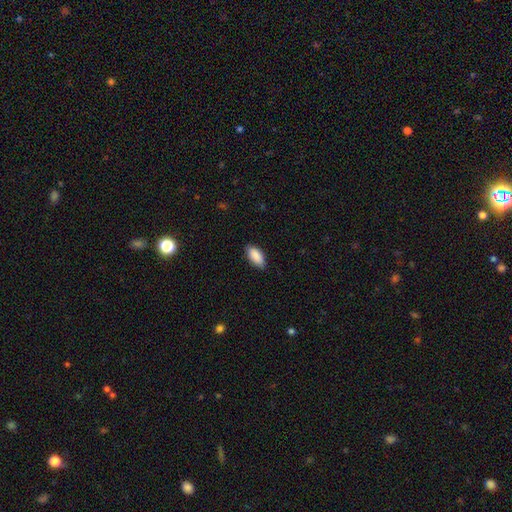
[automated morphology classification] smooth_or_featured: smooth (p=0.90) [alt: star or artifact p=0.06]
how_rounded: in between (p=0.91) [alt: cigar-shaped p=0.07]
merging: none (p=0.85) [alt: minor disturbance p=0.12]